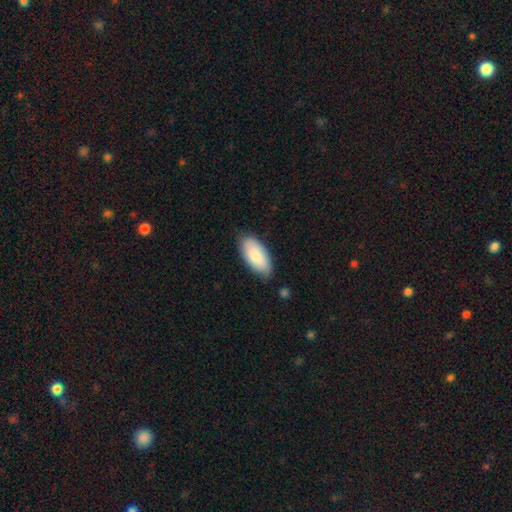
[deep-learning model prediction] This appears to be a smooth galaxy with no disk features (83%) that is in between round and cigar-shaped (93%). Merging: none (78%).